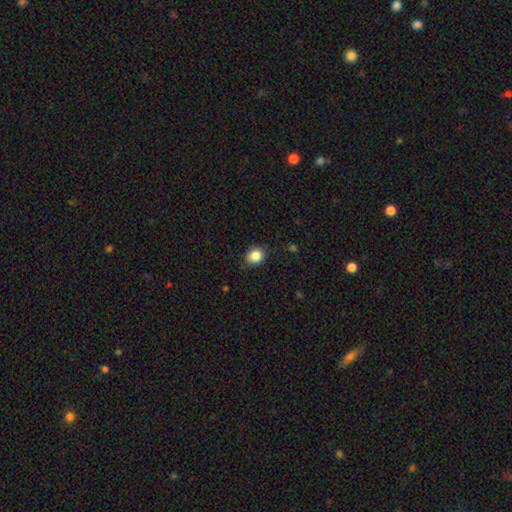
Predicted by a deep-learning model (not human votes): Smooth or featured? Predicted: smooth (p=0.86). How rounded? Predicted: round (p=0.67). Merging? Predicted: none (p=0.84).